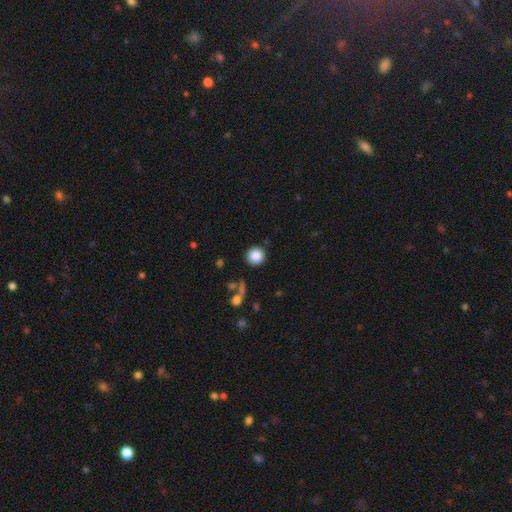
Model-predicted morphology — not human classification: Smooth or featured: smooth — 86% (star or artifact — 9%)
How rounded: round — 93% (in between — 6%)
Merging: none — 87% (minor disturbance — 7%)